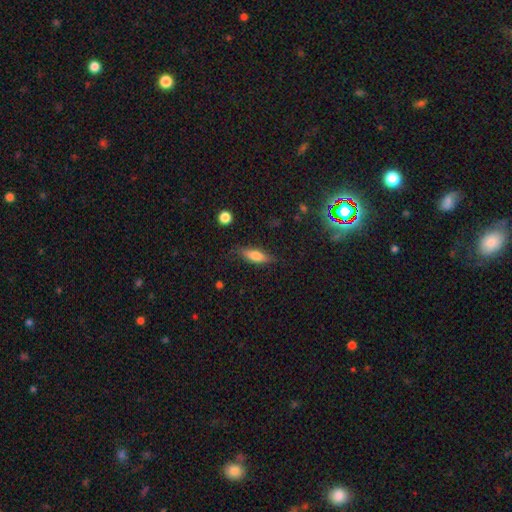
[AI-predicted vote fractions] A smooth galaxy with no disk features (71%) that is in between round and cigar-shaped (53%). Merging: none (79%).